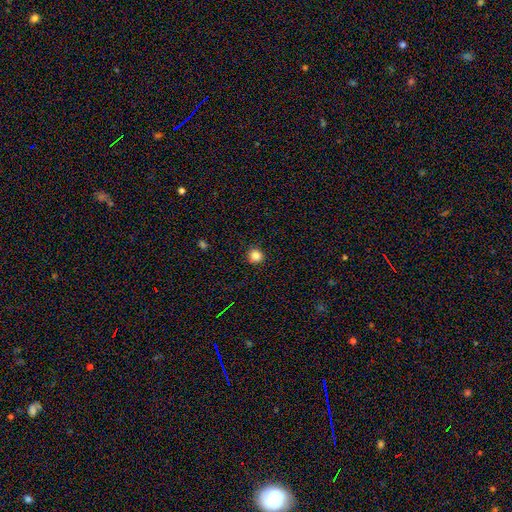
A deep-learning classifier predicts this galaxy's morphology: Overall: smooth (84%). How rounded: round (93%). Merging: none (92%).